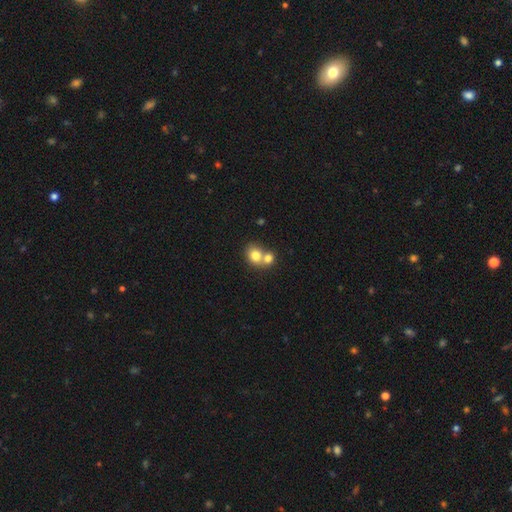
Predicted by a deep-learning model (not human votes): smooth 77%, featured or disk 14%, star or artifact 10%. Down the decision tree: how rounded — round (65%); merging — merger (60%).